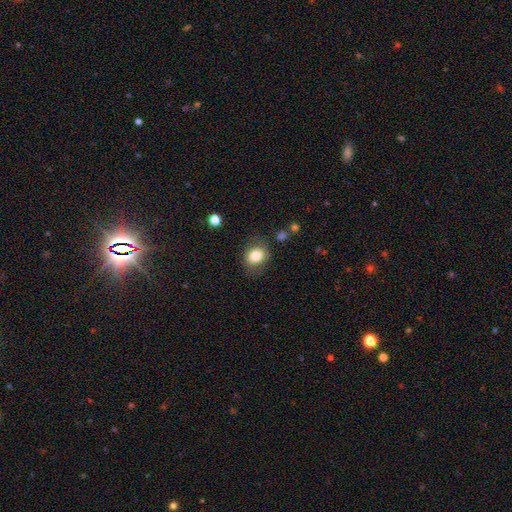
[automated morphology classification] Smooth or featured: smooth — 80% (featured or disk — 11%)
How rounded: round — 55% (in between — 45%)
Merging: none — 73% (minor disturbance — 17%)